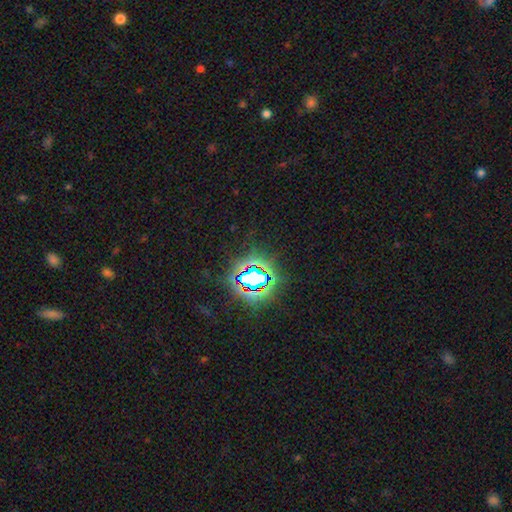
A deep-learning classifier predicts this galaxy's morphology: Overall: star or artifact (80%).